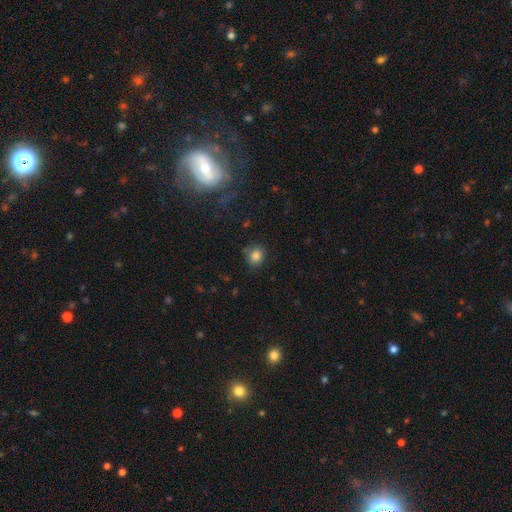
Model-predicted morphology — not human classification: Q: Smooth or featured?
A: smooth (83%); runner-up: star or artifact (12%)
Q: How rounded?
A: round (74%); runner-up: in between (25%)
Q: Merging?
A: none (77%); runner-up: minor disturbance (17%)